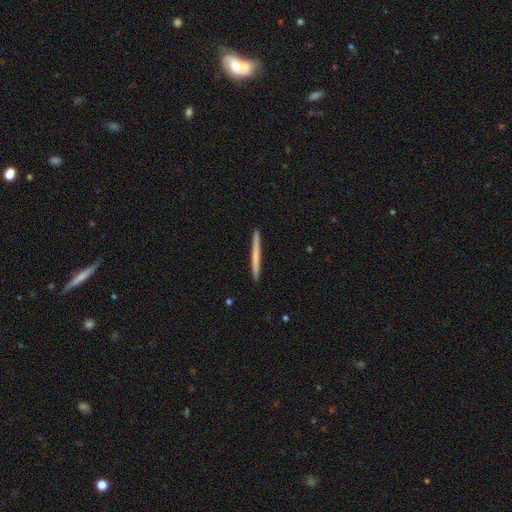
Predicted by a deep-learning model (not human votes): This is possibly a smooth galaxy (58%). How rounded: clearly cigar-shaped (97%). Merging: clearly none (93%).